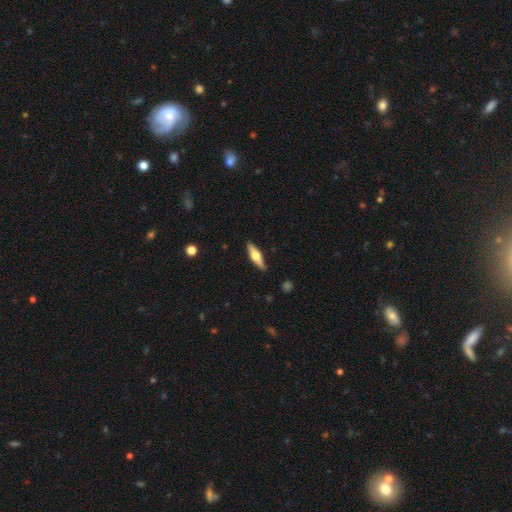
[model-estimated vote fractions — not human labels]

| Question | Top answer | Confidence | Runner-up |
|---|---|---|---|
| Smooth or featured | featured or disk | 59% | smooth (35%) |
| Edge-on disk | yes | 95% | no (5%) |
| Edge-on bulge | rounded | 93% | boxy (5%) |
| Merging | none | 89% | minor disturbance (8%) |